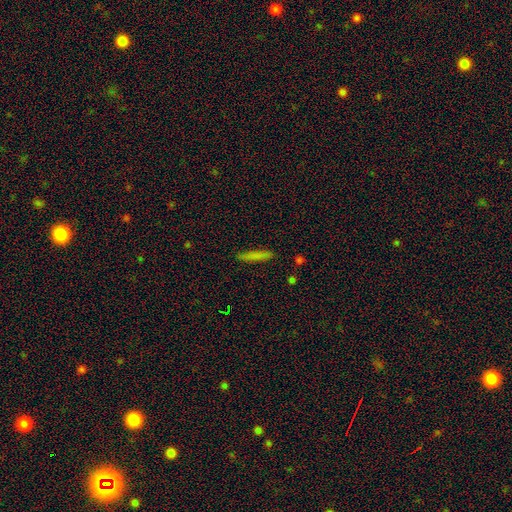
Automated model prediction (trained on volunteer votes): smooth-or-featured: smooth: 77% | featured or disk: 14% | star or artifact: 9%
  how-rounded: cigar-shaped: 90% | in between: 9% | round: 2%
  merging: none: 87% | minor disturbance: 9% | major disturbance: 2% | merger: 2%